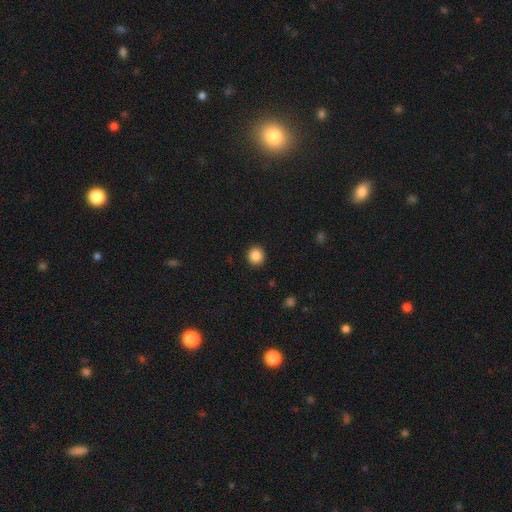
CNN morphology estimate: Smooth or featured? Predicted: smooth (p=0.86). How rounded? Predicted: round (p=0.90). Merging? Predicted: none (p=0.92).